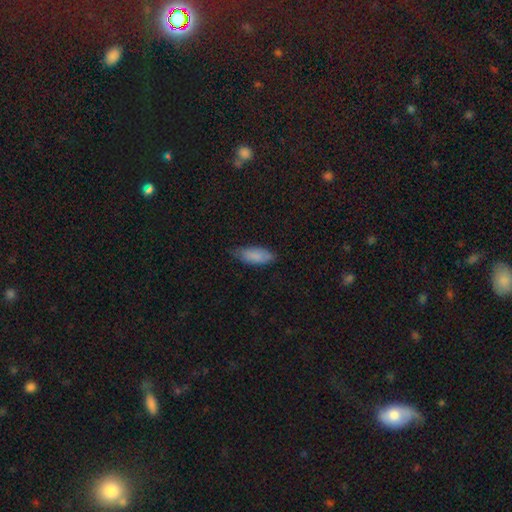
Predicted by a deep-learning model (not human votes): smooth 83%, featured or disk 10%, star or artifact 7%. Down the decision tree: how rounded — in between (80%); merging — none (65%).